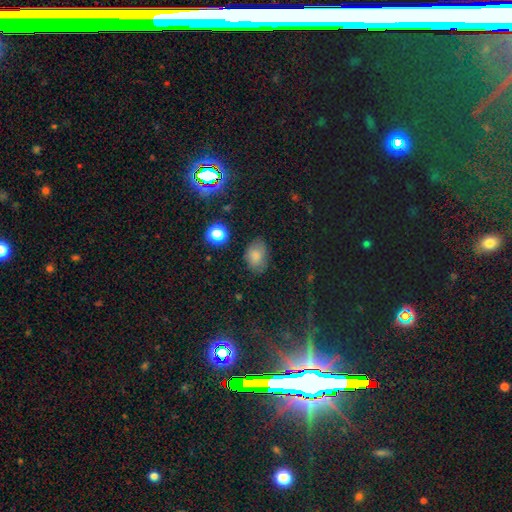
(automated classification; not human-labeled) smooth-or-featured: smooth: 79% | star or artifact: 12% | featured or disk: 9%
  how-rounded: in between: 76% | round: 23% | cigar-shaped: 1%
  merging: none: 73% | minor disturbance: 20% | major disturbance: 5% | merger: 2%